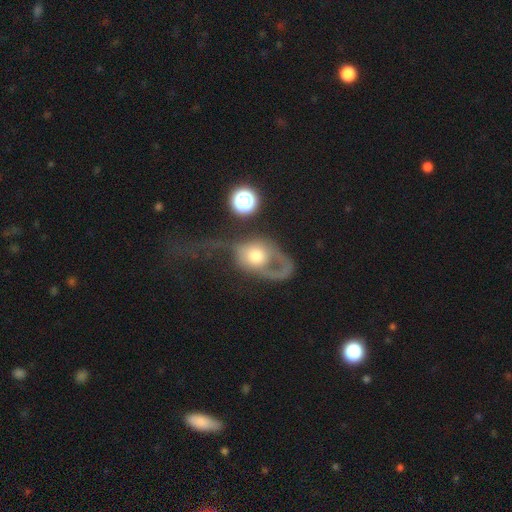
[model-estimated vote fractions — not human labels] Smooth or featured: featured or disk — 49% (smooth — 42%)
Merging: major disturbance — 66% (none — 15%)